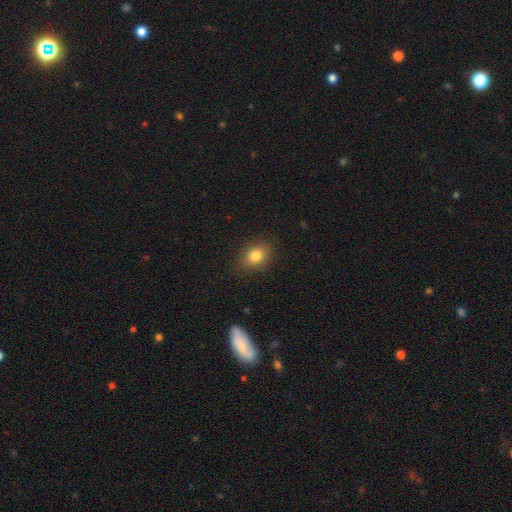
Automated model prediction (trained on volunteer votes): Overall: smooth (82%). How rounded: in between (60%; round 39%). Merging: none (86%).